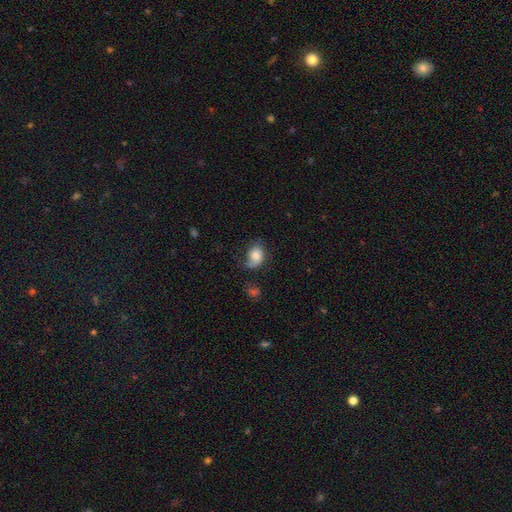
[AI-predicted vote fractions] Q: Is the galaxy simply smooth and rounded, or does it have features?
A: smooth — 70%.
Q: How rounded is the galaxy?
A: in between — 69%.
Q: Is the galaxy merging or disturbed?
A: none — 40%.